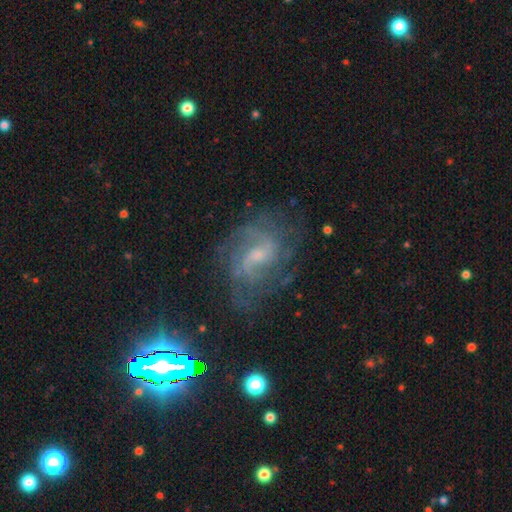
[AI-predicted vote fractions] Smooth or featured? featured or disk (79%)
Edge-on disk? no (97%)
Bar? weak (54%)
Spiral arms? yes (93%)
Spiral winding? medium (48%)
Spiral arm count? 2 (42%)
Bulge size? small (44%)
Merging? none (66%)